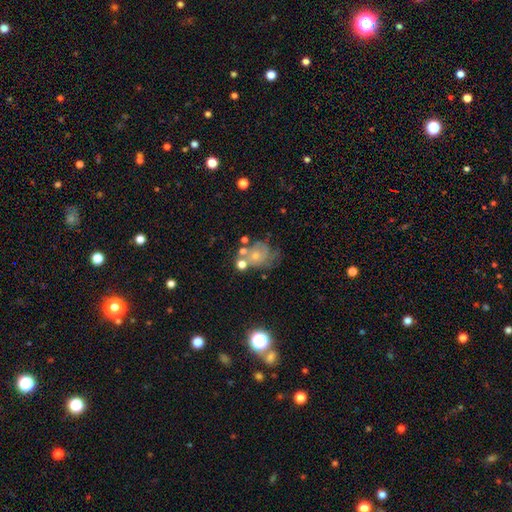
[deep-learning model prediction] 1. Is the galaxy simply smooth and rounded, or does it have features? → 50% featured or disk, 38% smooth, 12% star or artifact.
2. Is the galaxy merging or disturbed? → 34% none, 24% minor disturbance, 23% major disturbance, 18% merger.